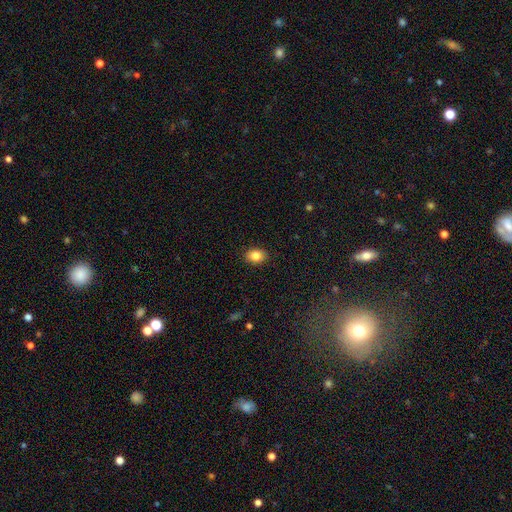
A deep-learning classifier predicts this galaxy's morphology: The model was most divided on "how rounded": in between: 64%, round: 35%, cigar-shaped: 1%. More confident: merging — none (89%); smooth or featured — smooth (85%).